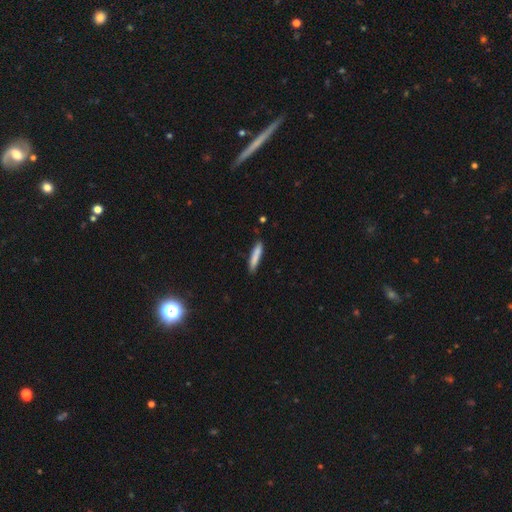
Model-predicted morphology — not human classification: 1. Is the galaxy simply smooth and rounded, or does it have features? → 82% smooth, 11% featured or disk, 6% star or artifact.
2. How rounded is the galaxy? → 89% cigar-shaped, 10% in between, 1% round.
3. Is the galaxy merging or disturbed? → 81% none, 15% minor disturbance, 2% major disturbance, 2% merger.